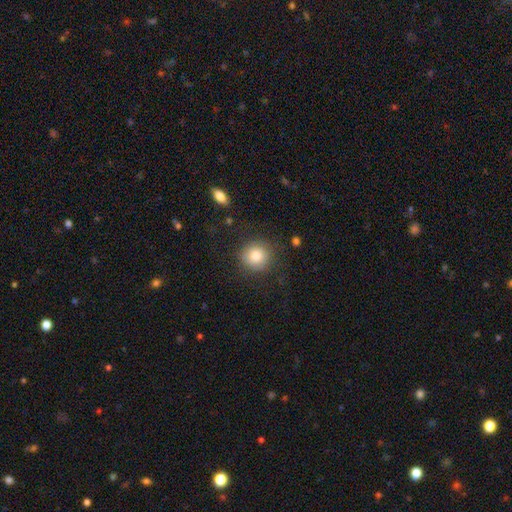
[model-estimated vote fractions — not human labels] smooth-or-featured: smooth: 81% | featured or disk: 11% | star or artifact: 8%
  how-rounded: round: 90% | in between: 9% | cigar-shaped: 1%
  merging: none: 81% | minor disturbance: 12% | major disturbance: 5% | merger: 1%